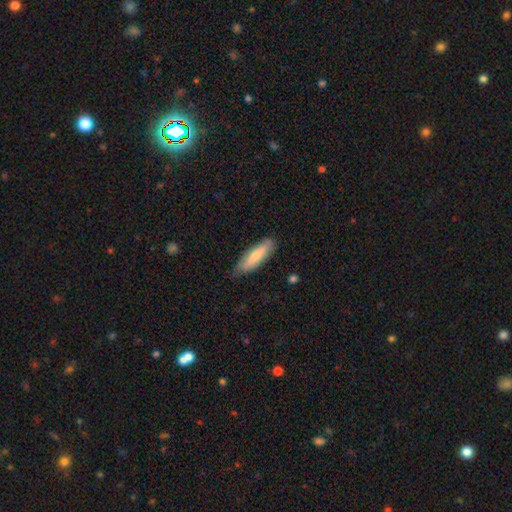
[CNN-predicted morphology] A smooth galaxy with no disk features (71%) that is cigar-shaped (66%).

Vote fractions:
- Smooth or featured? smooth: 71% / featured or disk: 24% / star or artifact: 5%
- How rounded? cigar-shaped: 66% / in between: 33% / round: 2%
- Merging? none: 78% / minor disturbance: 18% / major disturbance: 3% / merger: 1%